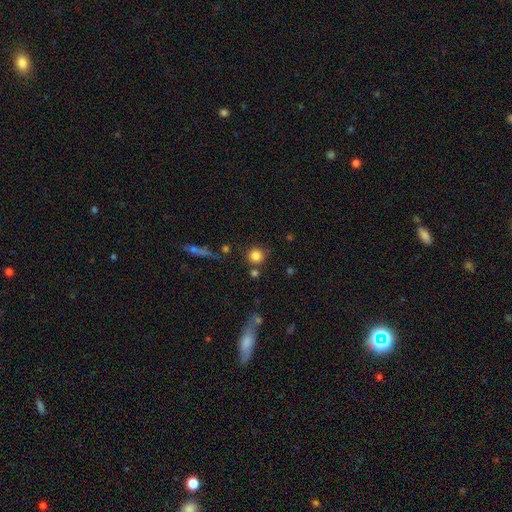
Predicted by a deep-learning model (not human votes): Smooth or featured?
  - smooth: 82% *
  - star or artifact: 12%
  - featured or disk: 6%
How rounded?
  - round: 92% *
  - in between: 7%
  - cigar-shaped: 1%
Merging?
  - none: 78% *
  - minor disturbance: 9%
  - merger: 9%
  - major disturbance: 4%